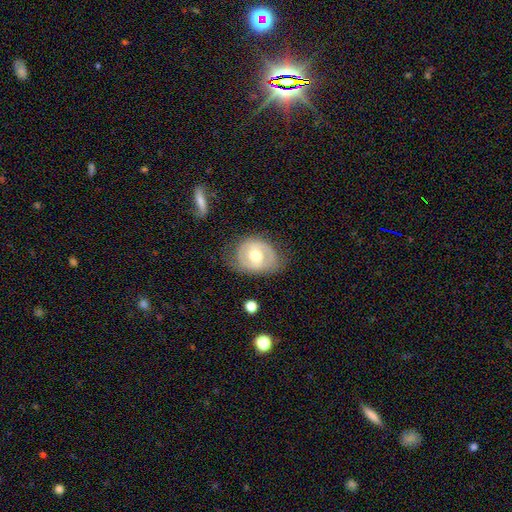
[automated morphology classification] Smooth or featured?
  - featured or disk: 60% *
  - smooth: 34%
  - star or artifact: 6%
Edge-on disk?
  - no: 95% *
  - yes: 5%
Bar?
  - no: 59% *
  - weak: 33%
  - strong: 9%
Spiral arms?
  - yes: 61% *
  - no: 39%
Bulge size?
  - moderate: 74% *
  - large: 14%
  - small: 10%
  - dominant: 1%
  - none: 1%
Merging?
  - none: 65% *
  - minor disturbance: 24%
  - major disturbance: 10%
  - merger: 2%